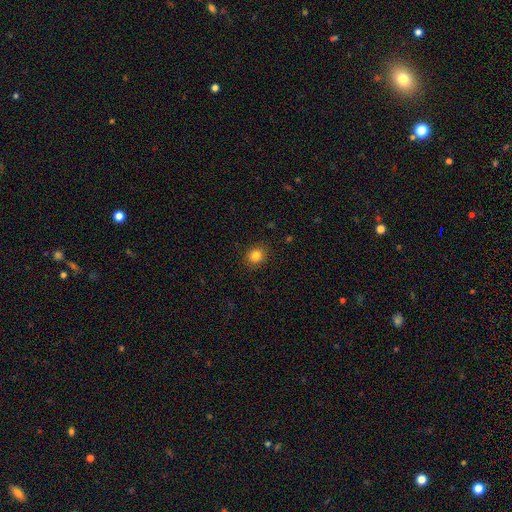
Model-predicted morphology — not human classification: The model was most divided on "how rounded": round: 76%, in between: 23%, cigar-shaped: 1%. More confident: merging — none (89%); smooth or featured — smooth (84%).